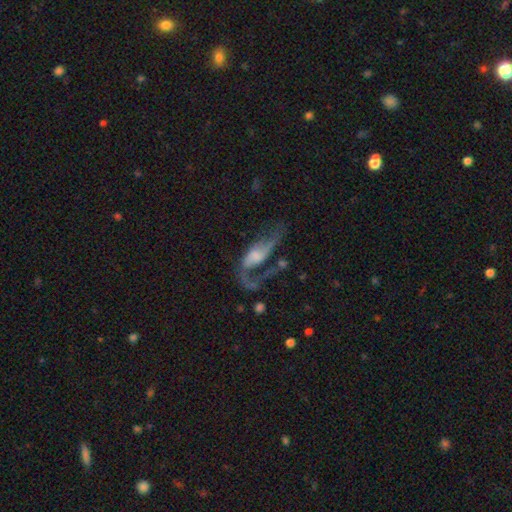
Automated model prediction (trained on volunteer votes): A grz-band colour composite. It shows a featured or disk galaxy (69%) with no bar (55%), 2 (64%) loose (76%) spiral arms (81%) and a small central bulge (31%). Merging: major disturbance (48%).